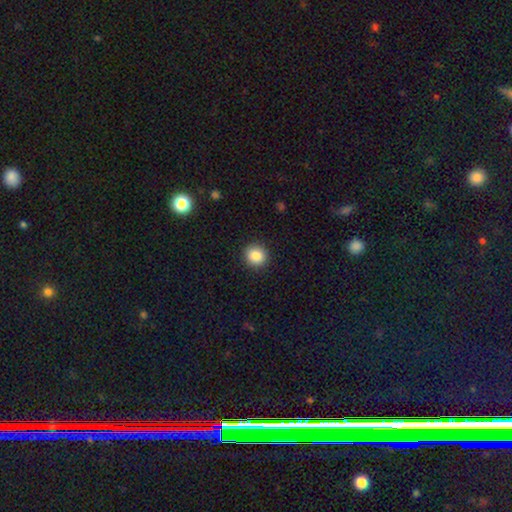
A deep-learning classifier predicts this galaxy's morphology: smooth-or-featured: smooth: 86% | star or artifact: 9% | featured or disk: 5%
  how-rounded: round: 87% | in between: 12% | cigar-shaped: 1%
  merging: none: 92% | minor disturbance: 6% | major disturbance: 2% | merger: 1%